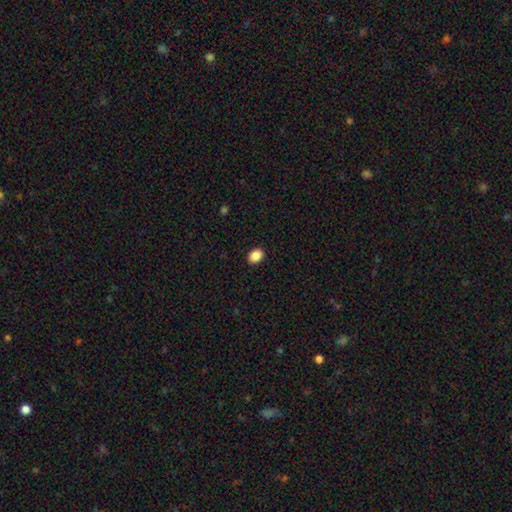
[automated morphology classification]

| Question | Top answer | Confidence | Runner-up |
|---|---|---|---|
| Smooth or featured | smooth | 88% | star or artifact (9%) |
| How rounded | in between | 66% | round (33%) |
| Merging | none | 91% | minor disturbance (6%) |